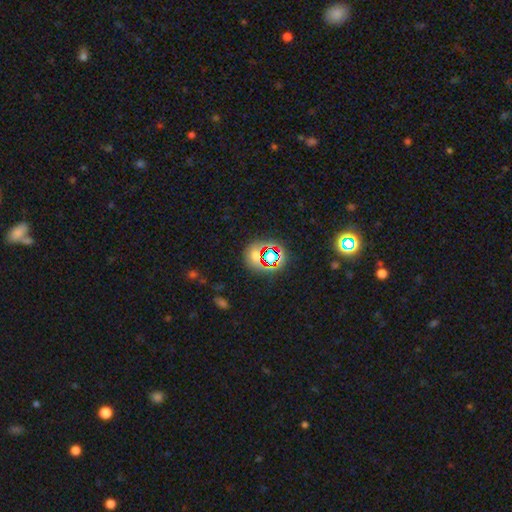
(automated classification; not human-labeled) Overall: star or artifact (52%; smooth 37%).